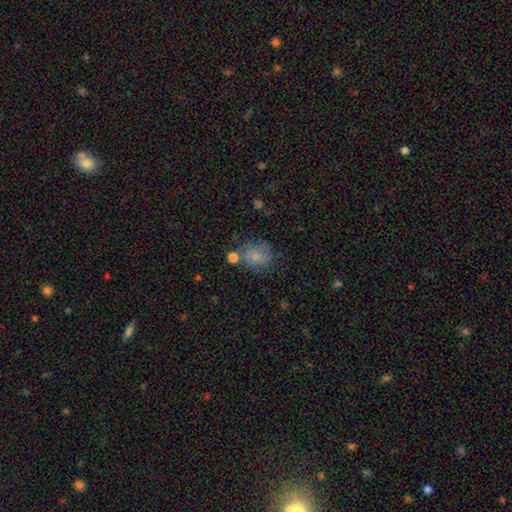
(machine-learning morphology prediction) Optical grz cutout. It shows a smooth galaxy with no disk features (76%) that is round (59%). Merging: none (55%).